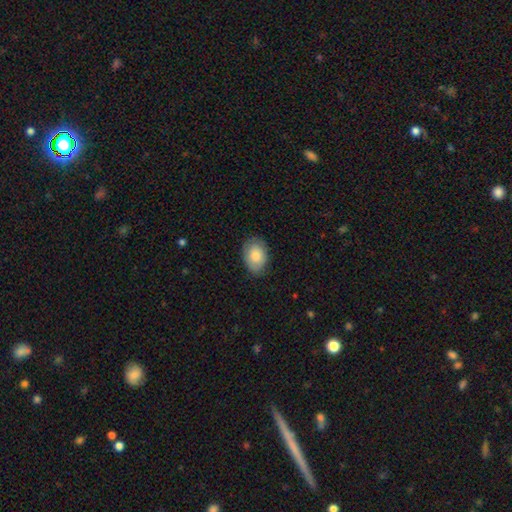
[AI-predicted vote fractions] A smooth galaxy with no disk features (81%) that is in between round and cigar-shaped (77%). Merging: none (82%).